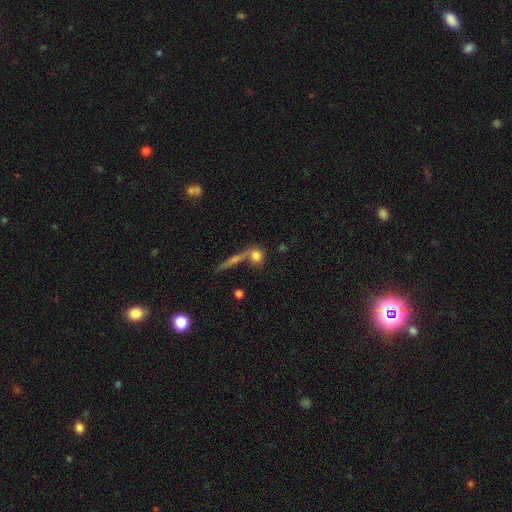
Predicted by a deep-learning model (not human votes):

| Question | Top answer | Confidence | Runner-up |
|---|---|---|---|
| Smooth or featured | smooth | 72% | featured or disk (17%) |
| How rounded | round | 72% | in between (18%) |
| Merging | none | 54% | merger (28%) |